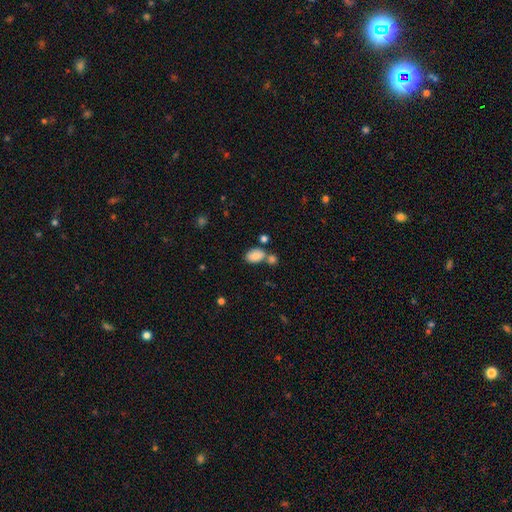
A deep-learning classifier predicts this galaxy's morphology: A smooth galaxy with no disk features (85%) that is in between round and cigar-shaped (89%). Merging: none (49%).